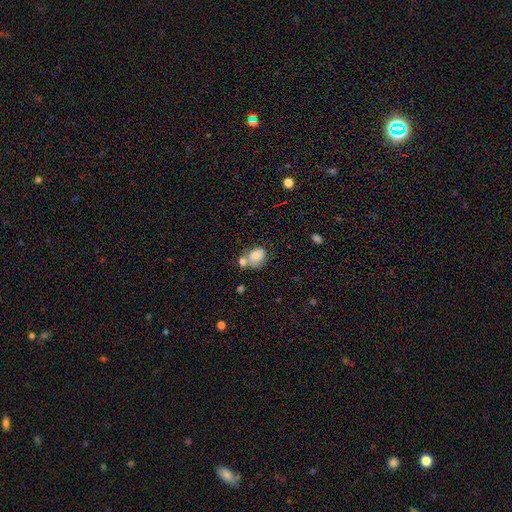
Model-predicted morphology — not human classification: A smooth galaxy with no disk features (77%) that is in between round and cigar-shaped (57%).

Vote fractions:
- Smooth or featured? smooth: 77% / featured or disk: 15% / star or artifact: 8%
- How rounded? in between: 57% / round: 42% / cigar-shaped: 1%
- Merging? merger: 39% / none: 34% / minor disturbance: 18% / major disturbance: 9%